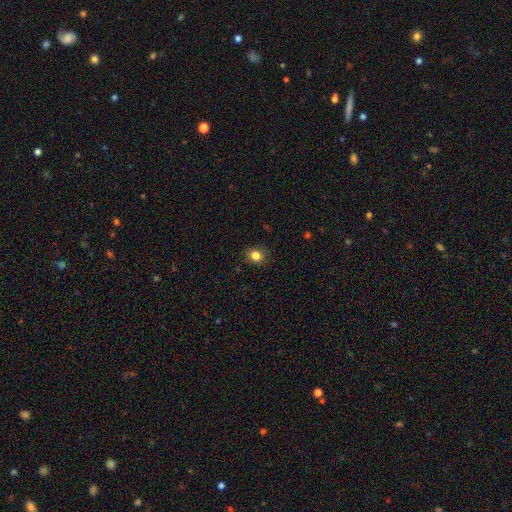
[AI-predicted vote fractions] Smooth or featured?
  - smooth: 83% *
  - star or artifact: 11%
  - featured or disk: 6%
How rounded?
  - round: 68% *
  - in between: 31%
  - cigar-shaped: 1%
Merging?
  - none: 86% *
  - minor disturbance: 10%
  - major disturbance: 2%
  - merger: 1%